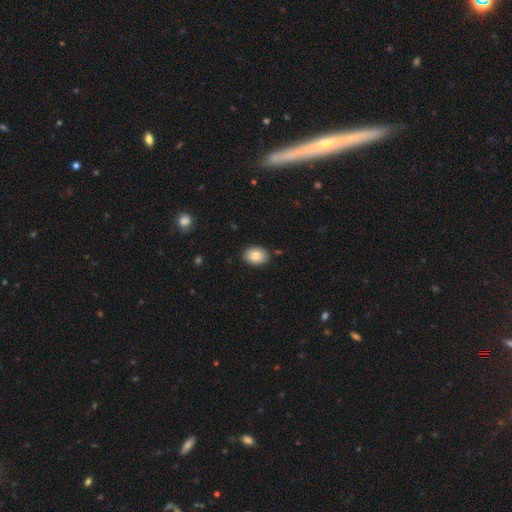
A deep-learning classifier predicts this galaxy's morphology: Smooth or featured? smooth (86%)
How rounded? in between (77%)
Merging? none (87%)